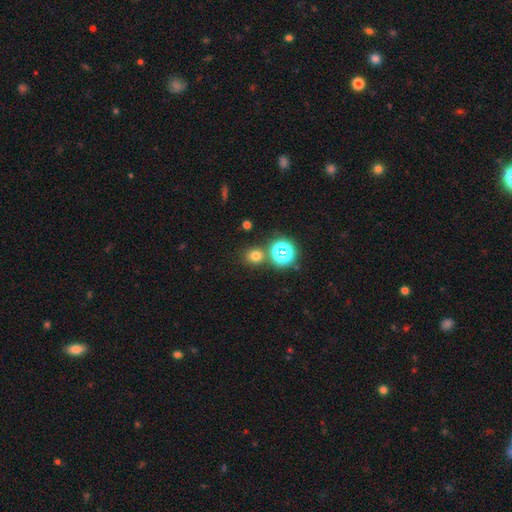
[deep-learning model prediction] Overall: smooth (68%). How rounded: round (83%). Merging: none (78%).